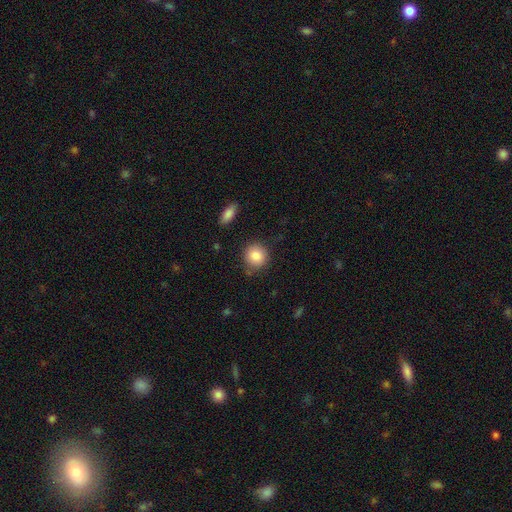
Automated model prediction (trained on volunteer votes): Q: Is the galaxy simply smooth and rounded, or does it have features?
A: smooth — 86%.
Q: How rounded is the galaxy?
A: round — 86%.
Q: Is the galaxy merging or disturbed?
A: none — 80%.